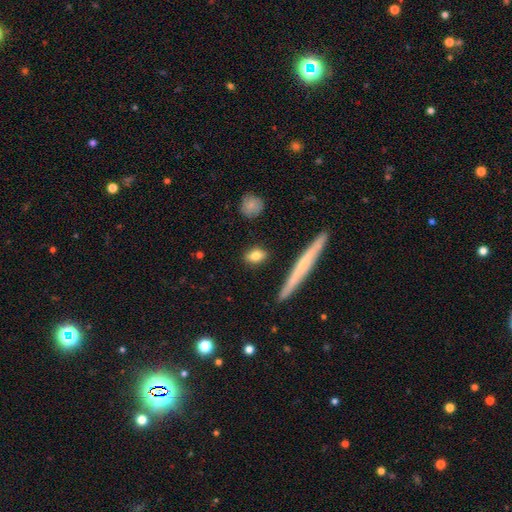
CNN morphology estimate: Smooth or featured? Predicted: smooth (p=0.79). How rounded? Predicted: in between (p=0.70). Merging? Predicted: none (p=0.87).